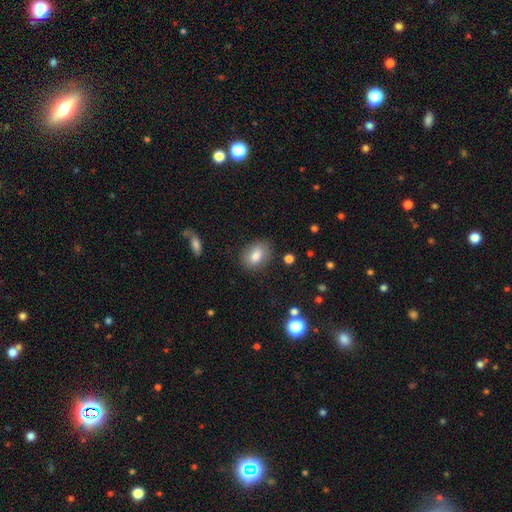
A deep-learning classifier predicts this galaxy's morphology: smooth-or-featured: smooth: 81% | featured or disk: 10% | star or artifact: 9%
  how-rounded: in between: 72% | round: 27% | cigar-shaped: 1%
  merging: none: 81% | minor disturbance: 13% | major disturbance: 4% | merger: 2%